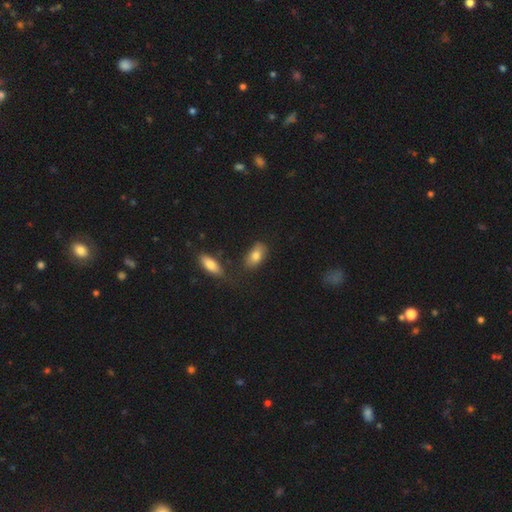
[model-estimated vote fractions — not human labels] Smooth or featured?
  - smooth: 79% *
  - featured or disk: 13%
  - star or artifact: 8%
How rounded?
  - in between: 89% *
  - round: 6%
  - cigar-shaped: 5%
Merging?
  - none: 68% *
  - minor disturbance: 18%
  - merger: 8%
  - major disturbance: 5%